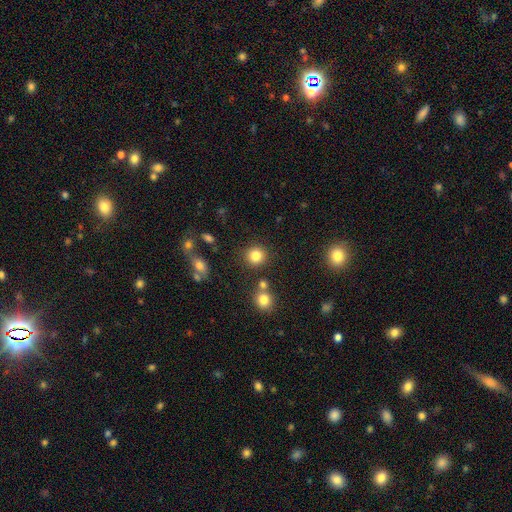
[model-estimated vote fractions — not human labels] Smooth or featured? smooth (83%)
How rounded? round (91%)
Merging? none (85%)